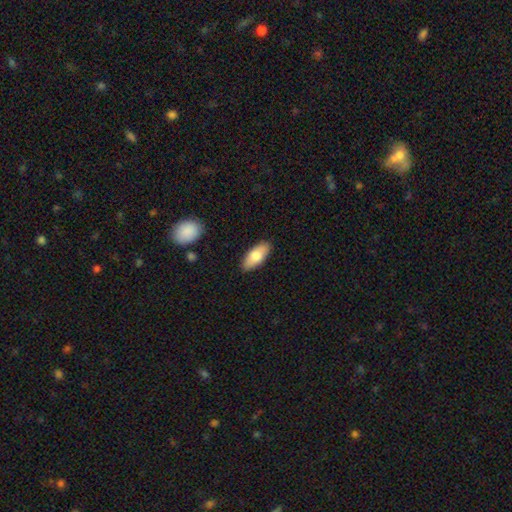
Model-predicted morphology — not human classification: Q: Smooth or featured?
A: smooth (76%); runner-up: featured or disk (18%)
Q: How rounded?
A: in between (84%); runner-up: cigar-shaped (14%)
Q: Merging?
A: none (88%); runner-up: minor disturbance (9%)